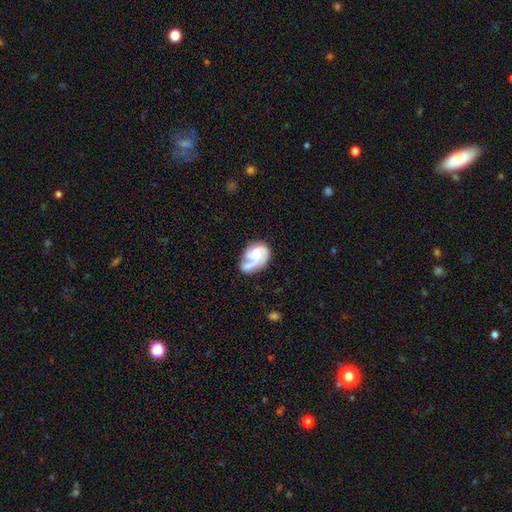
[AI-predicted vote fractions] featured or disk 65%, smooth 28%, star or artifact 7%. Down the decision tree: edge-on disk — no (98%); bar — no (56%); spiral arms — yes (85%); spiral arm count — 2 (37%); spiral winding — medium (44%); bulge size — moderate (35%); merging — none (41%).